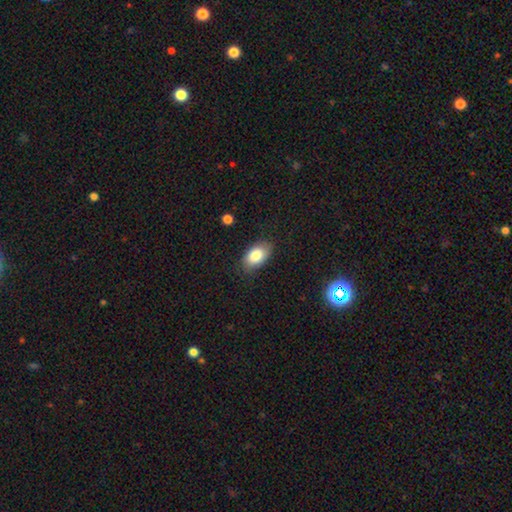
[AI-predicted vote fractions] A smooth galaxy with no disk features (83%) that is in between round and cigar-shaped (92%).

Vote fractions:
- Smooth or featured? smooth: 83% / featured or disk: 10% / star or artifact: 7%
- How rounded? in between: 92% / round: 6% / cigar-shaped: 2%
- Merging? none: 81% / minor disturbance: 14% / major disturbance: 3% / merger: 1%